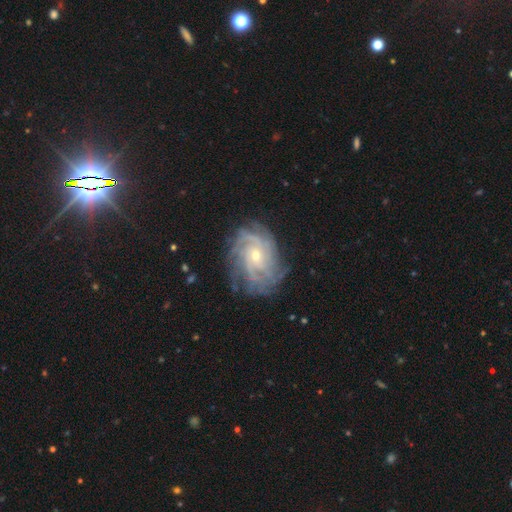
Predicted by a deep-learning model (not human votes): A featured or disk galaxy (87%) with no bar (64%), tight (67%) spiral arms (97%) and a small central bulge (64%). Merging: none (75%).